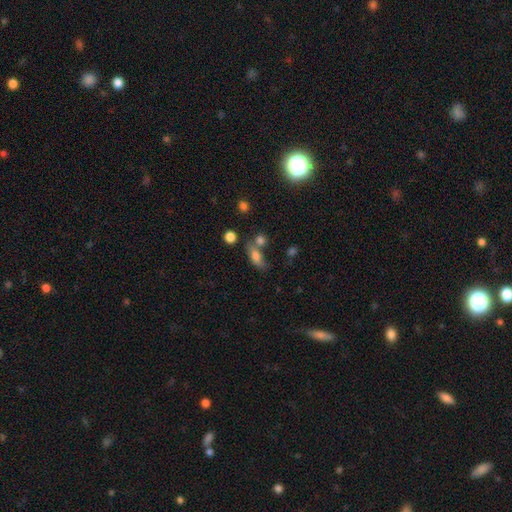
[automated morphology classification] smooth_or_featured: smooth (p=0.76) [alt: featured or disk p=0.14]
how_rounded: in between (p=0.75) [alt: cigar-shaped p=0.16]
merging: none (p=0.50) [alt: merger p=0.25]